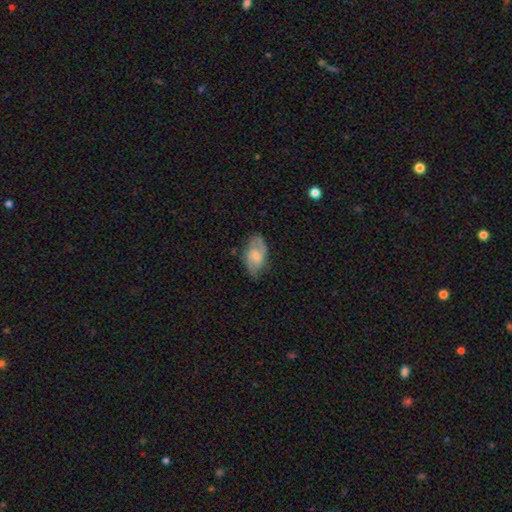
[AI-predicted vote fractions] Q: Smooth or featured?
A: featured or disk (63%); runner-up: smooth (30%)
Q: Edge-on disk?
A: no (96%); runner-up: yes (4%)
Q: Bar?
A: weak (50%); runner-up: no (39%)
Q: Spiral arms?
A: yes (89%); runner-up: no (11%)
Q: Spiral winding?
A: medium (50%); runner-up: loose (28%)
Q: Spiral arm count?
A: 2 (84%); runner-up: can't tell (9%)
Q: Bulge size?
A: small (38%); runner-up: moderate (36%)
Q: Merging?
A: none (72%); runner-up: minor disturbance (21%)